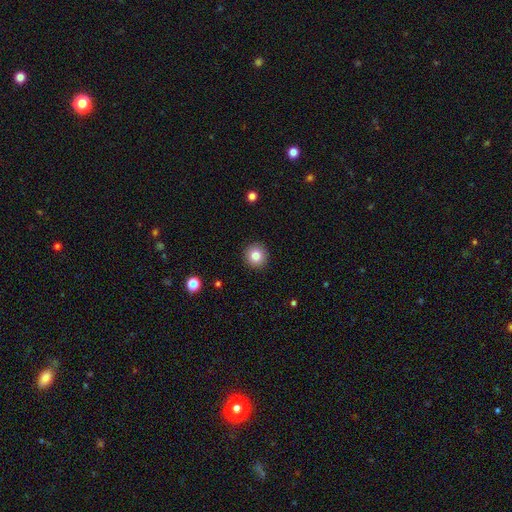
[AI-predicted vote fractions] The model was most divided on "smooth or featured": smooth: 83%, star or artifact: 10%, featured or disk: 7%. More confident: how rounded — round (95%); merging — none (92%).